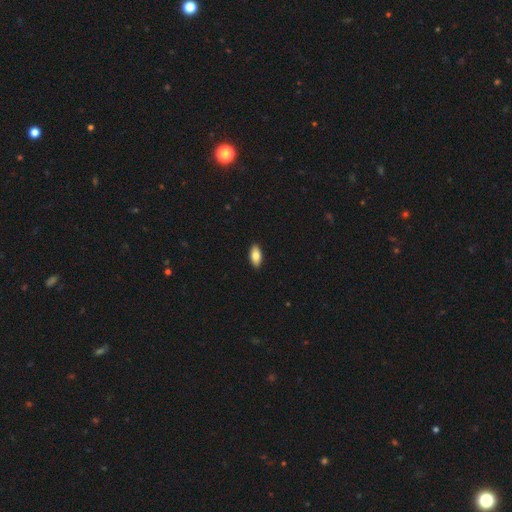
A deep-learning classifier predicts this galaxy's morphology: Smooth or featured?
  - smooth: 82% *
  - featured or disk: 11%
  - star or artifact: 7%
How rounded?
  - in between: 91% *
  - cigar-shaped: 7%
  - round: 3%
Merging?
  - none: 91% *
  - minor disturbance: 7%
  - major disturbance: 1%
  - merger: 1%